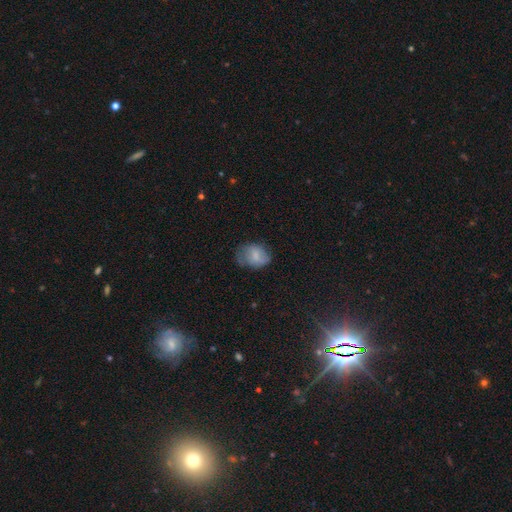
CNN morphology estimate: Smooth or featured? Predicted: smooth (p=0.71). How rounded? Predicted: in between (p=0.66). Merging? Predicted: none (p=0.52).